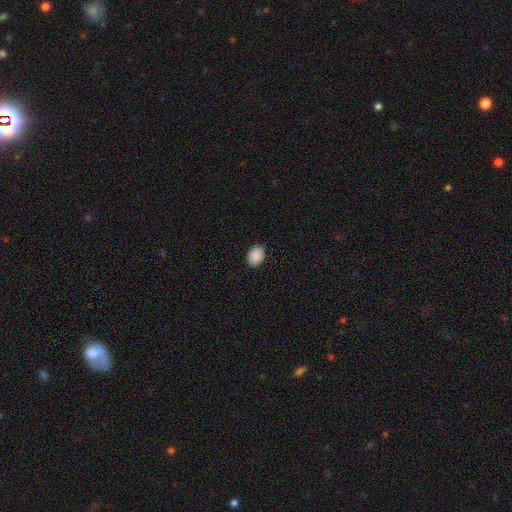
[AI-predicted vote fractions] smooth 91%, star or artifact 7%, featured or disk 2%. Down the decision tree: how rounded — in between (76%); merging — none (89%).